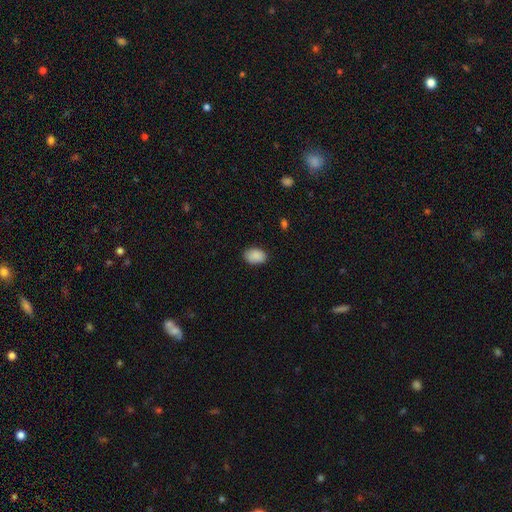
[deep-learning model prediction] Smooth or featured? smooth (90%)
How rounded? in between (85%)
Merging? none (85%)